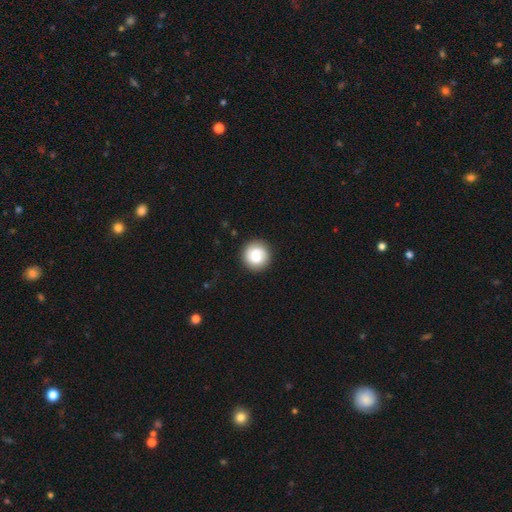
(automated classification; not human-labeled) This is likely a smooth galaxy (69%). How rounded: clearly round (93%). Merging: clearly none (87%).